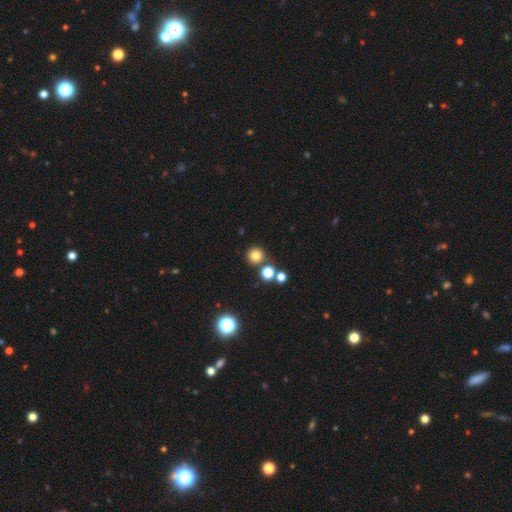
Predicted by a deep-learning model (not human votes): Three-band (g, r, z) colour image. It shows a smooth galaxy with no disk features (78%) that is round (94%). Merging: none (80%).